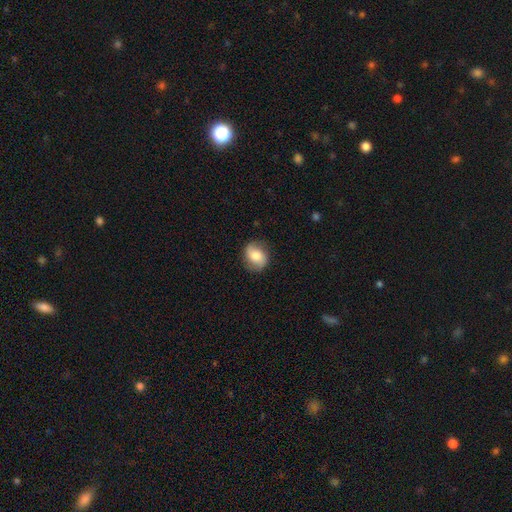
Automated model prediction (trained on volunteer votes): This appears to be a smooth galaxy with no disk features (55%) that is round (58%). Merging: none (80%).